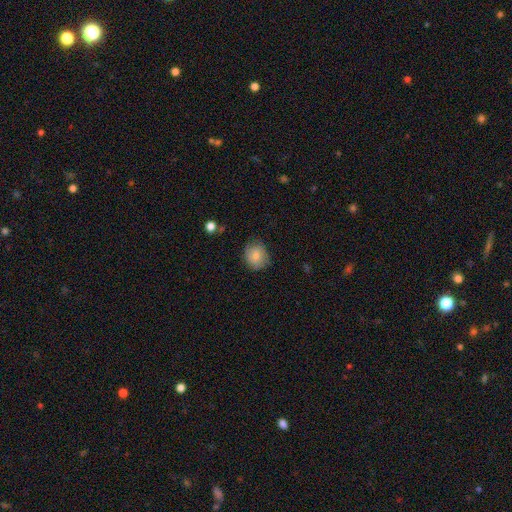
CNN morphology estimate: smooth 80%, featured or disk 12%, star or artifact 7%. Down the decision tree: how rounded — round (75%); merging — none (75%).